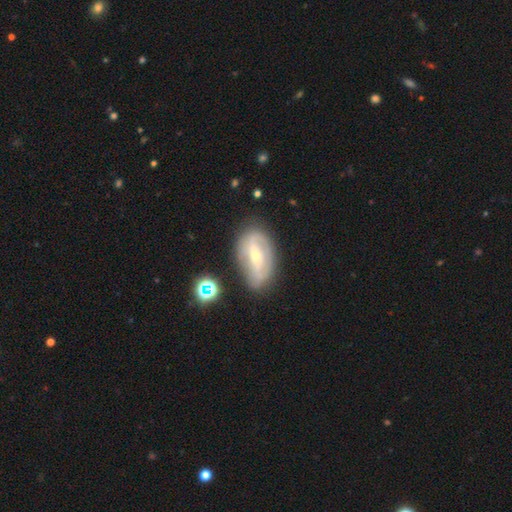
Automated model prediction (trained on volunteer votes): Smooth or featured? Predicted: featured or disk (p=0.71). Edge-on disk? Predicted: no (p=0.92). Bar? Predicted: strong (p=0.43). Spiral arms? Predicted: yes (p=0.70). Bulge size? Predicted: small (p=0.58). Merging? Predicted: none (p=0.69).